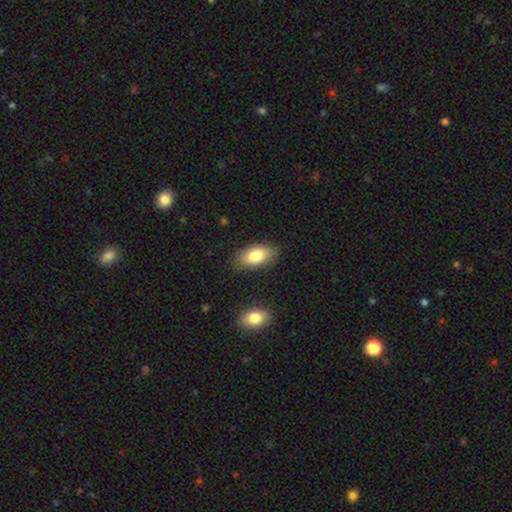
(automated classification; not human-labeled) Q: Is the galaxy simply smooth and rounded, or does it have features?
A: smooth — 81%.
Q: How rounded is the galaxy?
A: in between — 91%.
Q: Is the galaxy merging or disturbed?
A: none — 85%.